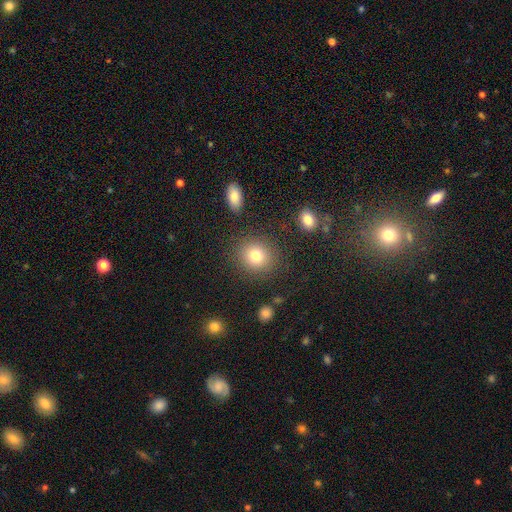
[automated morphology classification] This appears to be a smooth galaxy with no disk features (81%) that is round (84%). Merging: none (85%).